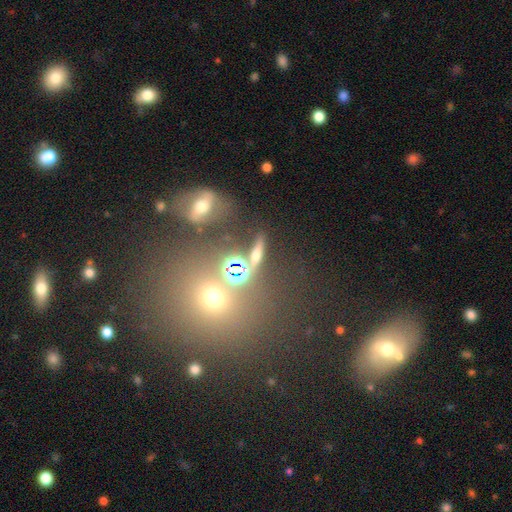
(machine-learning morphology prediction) Smooth or featured: smooth — 41% (star or artifact — 32%)
Merging: none — 74% (minor disturbance — 10%)